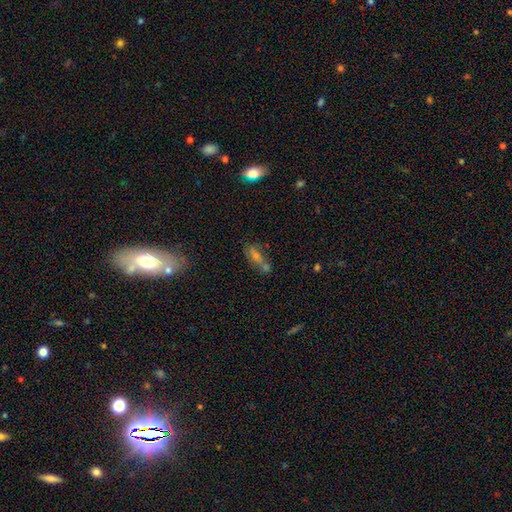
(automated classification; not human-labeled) Morphology: type=smooth (45%); merging=none (45%).